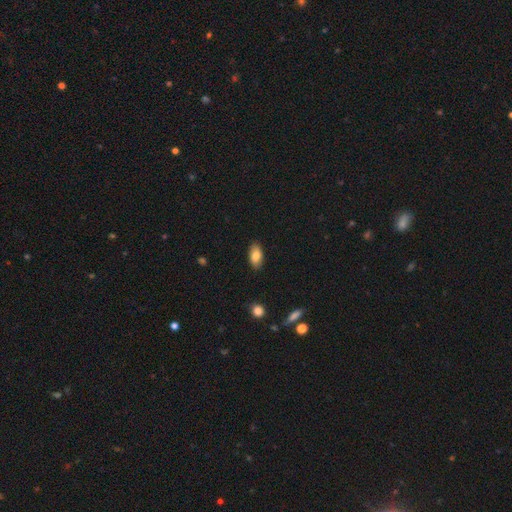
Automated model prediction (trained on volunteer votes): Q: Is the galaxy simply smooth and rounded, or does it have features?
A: smooth — 84%.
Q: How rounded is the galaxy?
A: in between — 92%.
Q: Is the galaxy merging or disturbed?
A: none — 88%.